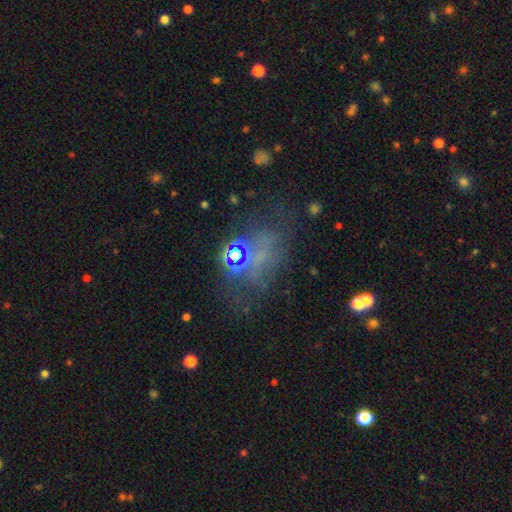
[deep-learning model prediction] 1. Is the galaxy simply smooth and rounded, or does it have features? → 37% star or artifact, 33% smooth, 30% featured or disk.